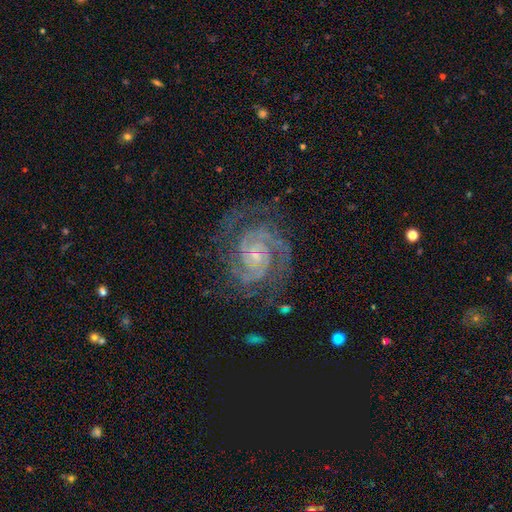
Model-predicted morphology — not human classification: smooth-or-featured: featured or disk: 92% | star or artifact: 5% | smooth: 3%
  disk-edge-on: no: 98% | yes: 2%
    bar: no: 65% | weak: 25% | strong: 10%
    has-spiral-arms: yes: 99% | no: 1%
      spiral-winding: tight: 74% | medium: 24% | loose: 3%
      spiral-arm-count: 2: 72% | 3: 12% | can't tell: 6% | 4: 4% | more than 4: 3% | 1: 3%
    bulge-size: small: 80% | moderate: 14% | none: 4% | large: 1% | dominant: 1%
  merging: none: 75% | minor disturbance: 16% | major disturbance: 7% | merger: 1%